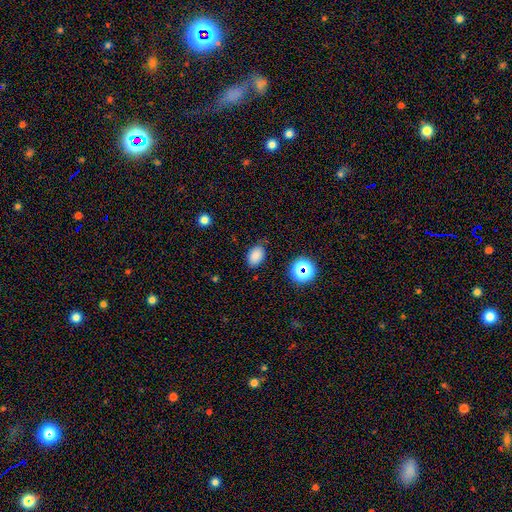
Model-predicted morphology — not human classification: Smooth or featured: smooth — 83% (star or artifact — 13%)
How rounded: in between — 85% (round — 14%)
Merging: none — 81% (minor disturbance — 14%)